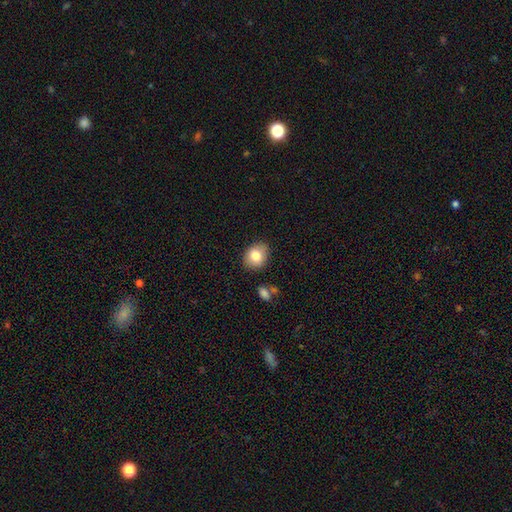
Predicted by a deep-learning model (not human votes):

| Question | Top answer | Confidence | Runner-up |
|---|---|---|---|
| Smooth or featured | smooth | 81% | featured or disk (11%) |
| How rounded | in between | 52% | round (47%) |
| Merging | none | 82% | minor disturbance (12%) |